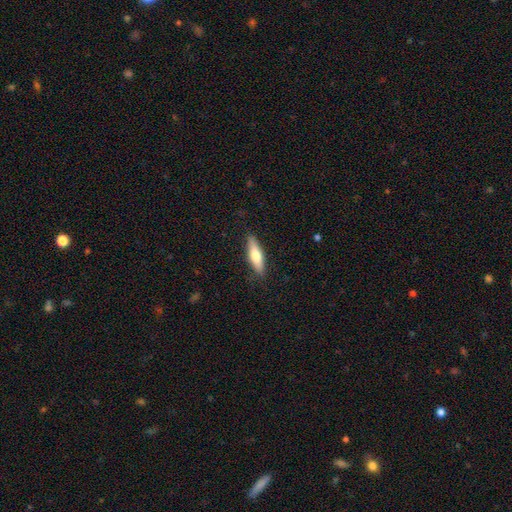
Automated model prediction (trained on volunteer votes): Smooth or featured? Predicted: smooth (p=0.66). How rounded? Predicted: cigar-shaped (p=0.60). Merging? Predicted: none (p=0.86).